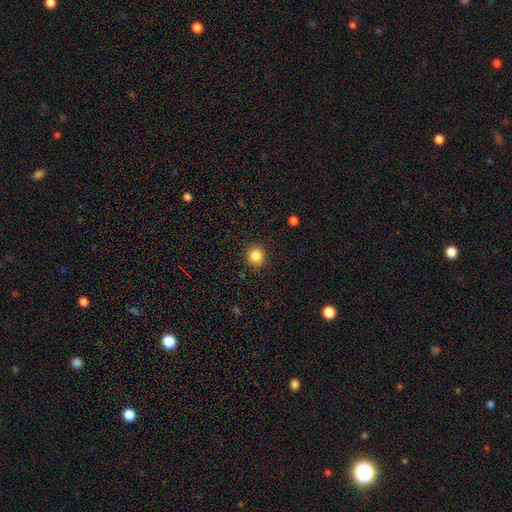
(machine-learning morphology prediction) This is clearly a smooth galaxy (85%). How rounded: clearly round (86%). Merging: clearly none (90%).